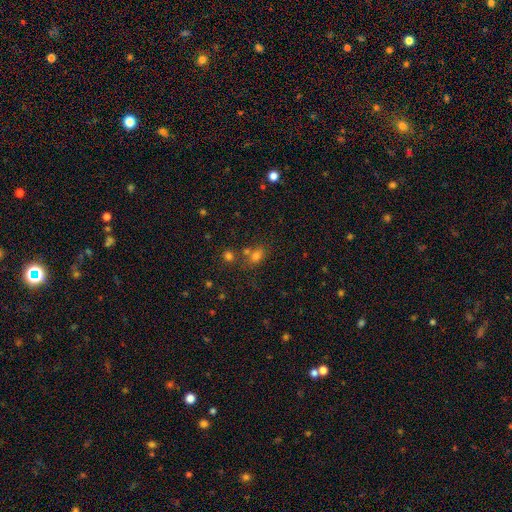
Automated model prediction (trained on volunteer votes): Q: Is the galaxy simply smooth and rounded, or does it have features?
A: smooth — 63%.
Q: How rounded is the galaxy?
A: in between — 49%, tied with round.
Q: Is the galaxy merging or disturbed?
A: none — 55%.